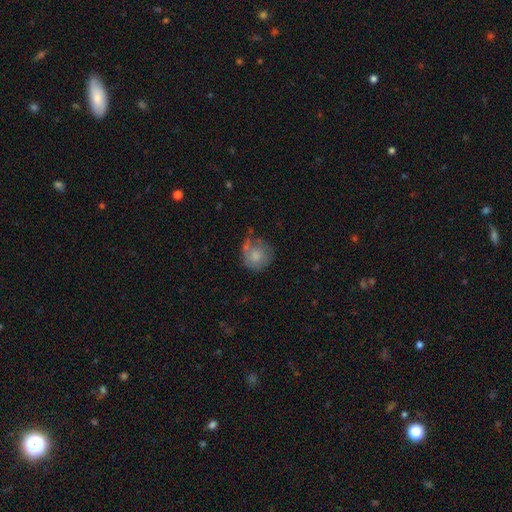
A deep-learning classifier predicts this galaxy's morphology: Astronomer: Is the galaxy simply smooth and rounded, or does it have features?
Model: smooth — 69%.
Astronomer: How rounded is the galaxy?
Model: round — 86%.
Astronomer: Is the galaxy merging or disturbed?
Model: none — 48% (runner-up: minor disturbance, 29%).